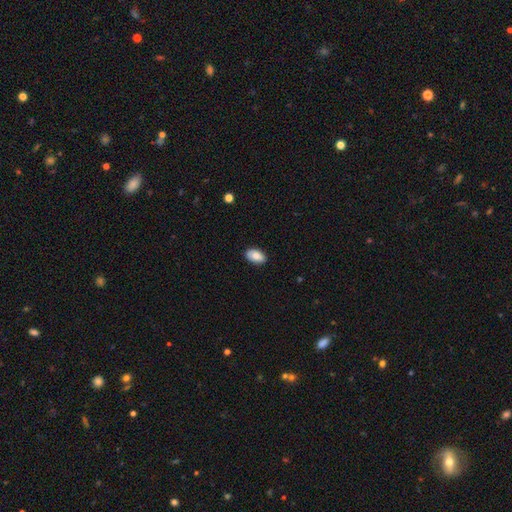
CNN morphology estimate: smooth 86%, featured or disk 8%, star or artifact 7%. Down the decision tree: how rounded — in between (94%); merging — none (87%).